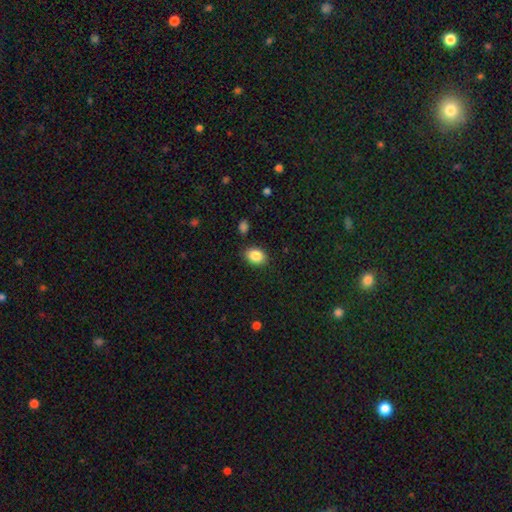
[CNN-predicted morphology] Smooth or featured?
  - smooth: 87% *
  - star or artifact: 8%
  - featured or disk: 5%
How rounded?
  - in between: 65% *
  - round: 34%
  - cigar-shaped: 1%
Merging?
  - none: 85% *
  - minor disturbance: 10%
  - major disturbance: 3%
  - merger: 2%